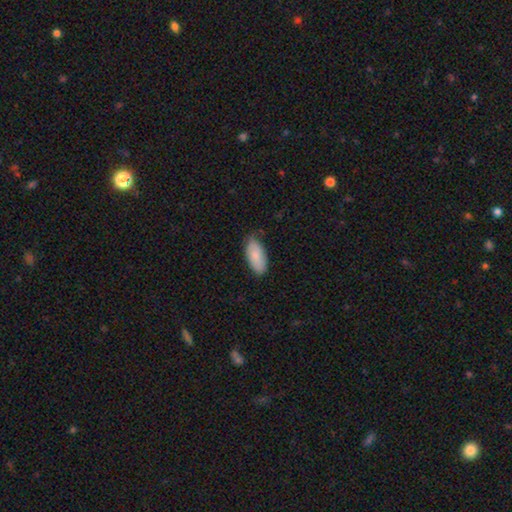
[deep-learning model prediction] Smooth or featured: smooth — 83% (featured or disk — 11%)
How rounded: in between — 91% (cigar-shaped — 7%)
Merging: none — 79% (minor disturbance — 18%)